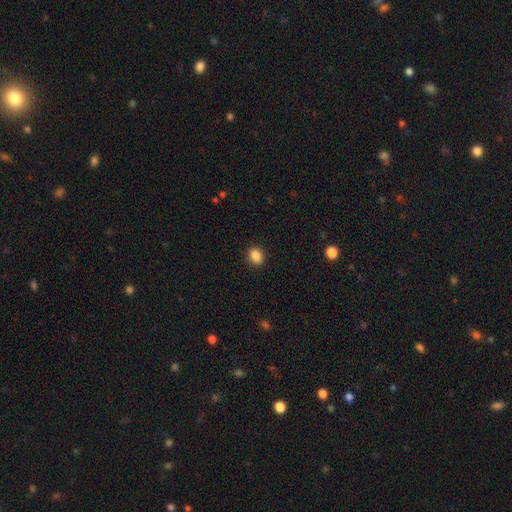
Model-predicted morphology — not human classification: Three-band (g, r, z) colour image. It shows a smooth galaxy with no disk features (87%) that is in between round and cigar-shaped (55%). Merging: none (90%).